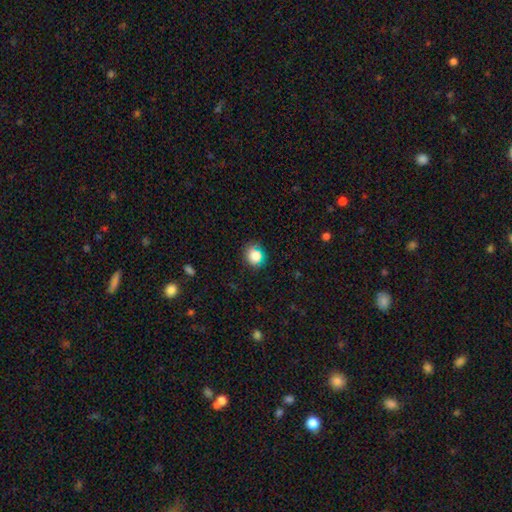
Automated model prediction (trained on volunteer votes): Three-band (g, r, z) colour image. It shows a smooth galaxy with no disk features (80%) that is round (80%). Merging: none (82%).